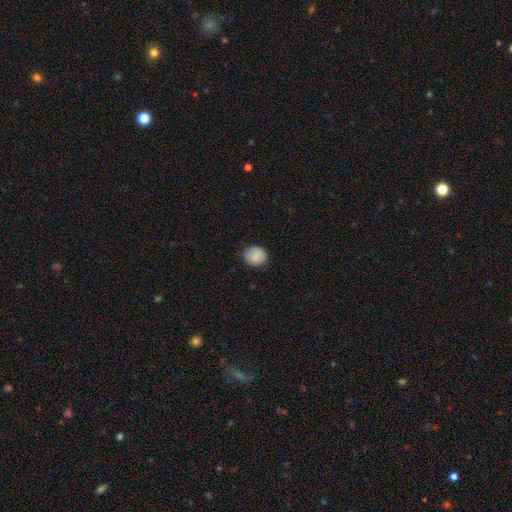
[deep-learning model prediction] smooth_or_featured: smooth (p=0.86) [alt: star or artifact p=0.08]
how_rounded: round (p=0.76) [alt: in between p=0.23]
merging: none (p=0.85) [alt: minor disturbance p=0.12]